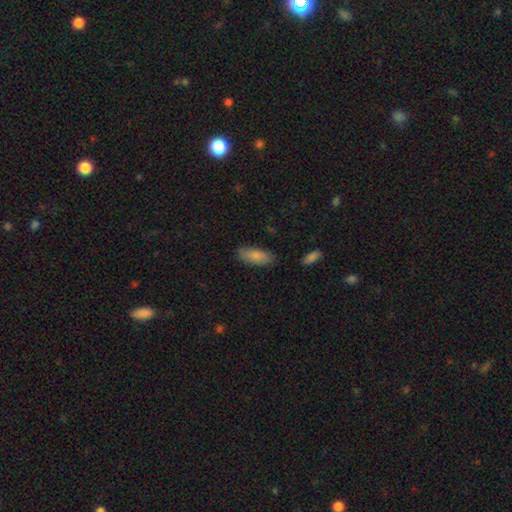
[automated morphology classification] Smooth or featured?
  - smooth: 85% *
  - featured or disk: 9%
  - star or artifact: 6%
How rounded?
  - in between: 78% *
  - cigar-shaped: 20%
  - round: 2%
Merging?
  - none: 83% *
  - minor disturbance: 12%
  - major disturbance: 3%
  - merger: 2%